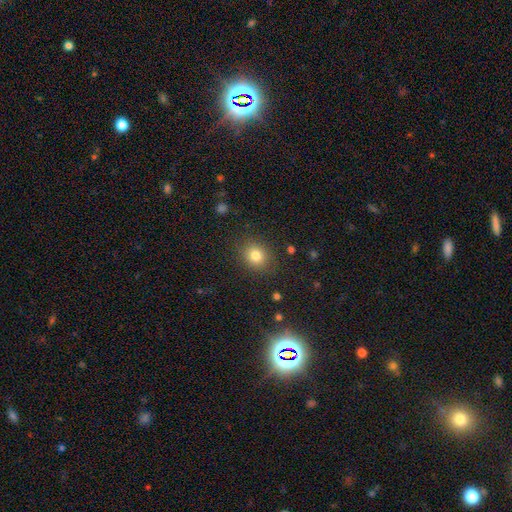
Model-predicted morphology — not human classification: smooth 81%, star or artifact 12%, featured or disk 6%. Down the decision tree: how rounded — round (75%); merging — none (87%).